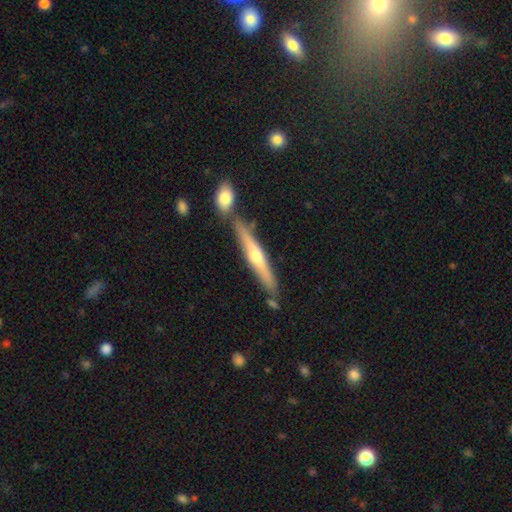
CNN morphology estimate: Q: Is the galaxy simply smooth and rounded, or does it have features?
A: featured or disk — 65%.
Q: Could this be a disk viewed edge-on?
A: yes — 95%.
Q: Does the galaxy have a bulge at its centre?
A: rounded — 88%.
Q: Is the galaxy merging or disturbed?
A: none — 75%.